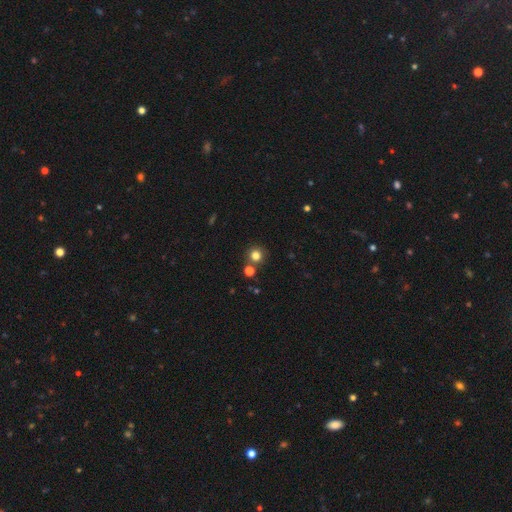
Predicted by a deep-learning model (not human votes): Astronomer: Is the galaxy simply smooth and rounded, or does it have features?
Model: smooth — 79%.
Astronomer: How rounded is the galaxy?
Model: round — 93%.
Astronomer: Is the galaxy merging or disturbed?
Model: none — 79%.